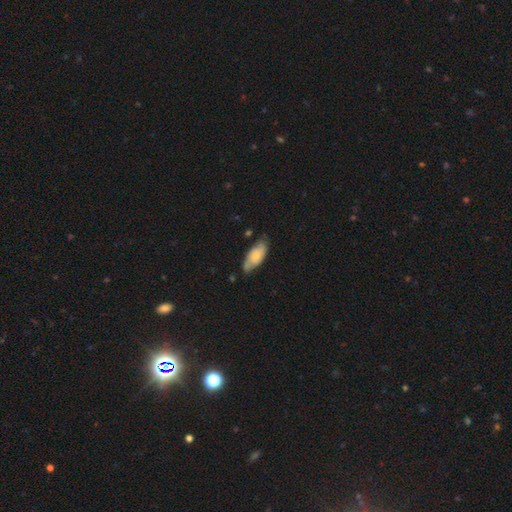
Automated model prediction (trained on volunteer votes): Q: Smooth or featured?
A: smooth (58%); runner-up: featured or disk (35%)
Q: How rounded?
A: in between (85%); runner-up: cigar-shaped (13%)
Q: Merging?
A: none (61%); runner-up: minor disturbance (29%)